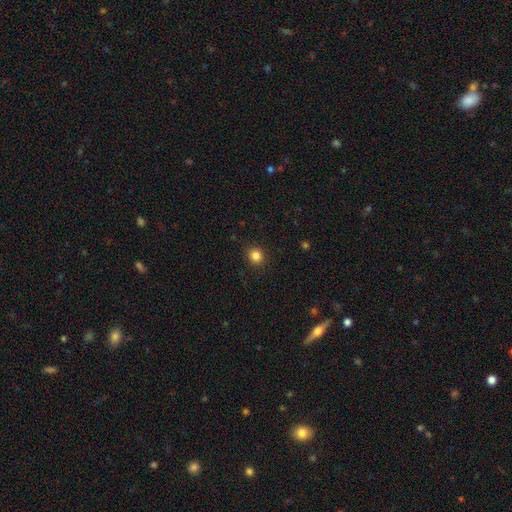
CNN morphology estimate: Smooth or featured? smooth (84%)
How rounded? round (89%)
Merging? none (91%)